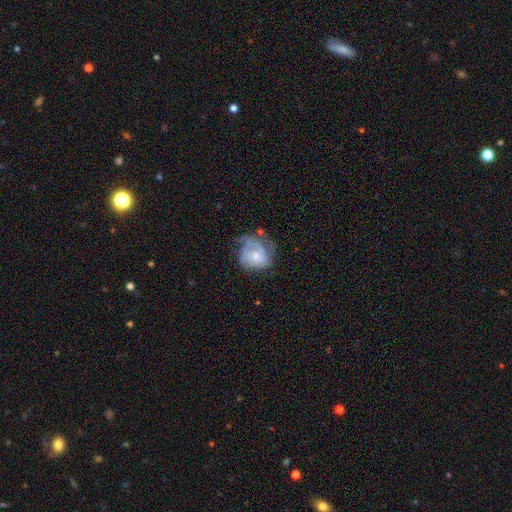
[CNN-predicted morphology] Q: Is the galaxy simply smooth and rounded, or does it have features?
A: featured or disk — 69%.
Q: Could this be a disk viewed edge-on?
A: no — 98%.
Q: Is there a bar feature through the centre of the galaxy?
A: no — 76%.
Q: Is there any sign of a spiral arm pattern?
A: yes — 84%.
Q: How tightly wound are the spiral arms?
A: tight — 50%.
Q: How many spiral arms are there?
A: can't tell — 34%.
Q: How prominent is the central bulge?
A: small — 51%.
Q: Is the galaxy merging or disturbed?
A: none — 45%.